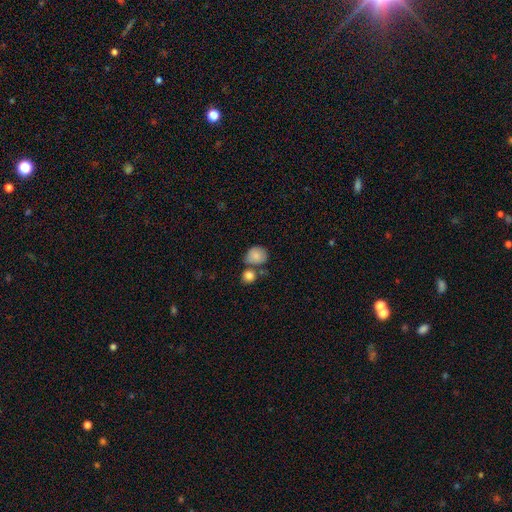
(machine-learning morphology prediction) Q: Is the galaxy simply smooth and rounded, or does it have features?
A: smooth — 84%.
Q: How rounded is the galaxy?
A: round — 74%.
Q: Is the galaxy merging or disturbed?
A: none — 49%.